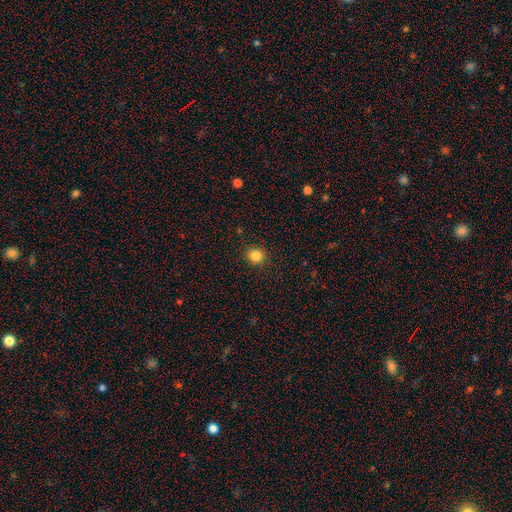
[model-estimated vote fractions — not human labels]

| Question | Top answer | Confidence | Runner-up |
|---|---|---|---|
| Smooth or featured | smooth | 84% | star or artifact (11%) |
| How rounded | round | 87% | in between (12%) |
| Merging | none | 90% | minor disturbance (6%) |